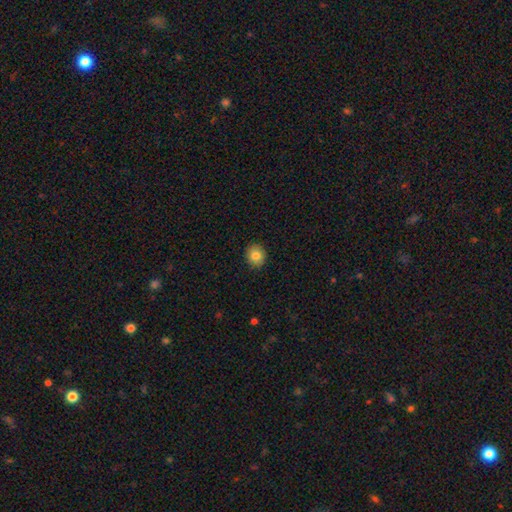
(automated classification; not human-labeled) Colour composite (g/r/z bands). It shows a smooth galaxy with no disk features (83%) that is round (71%). Merging: none (90%).